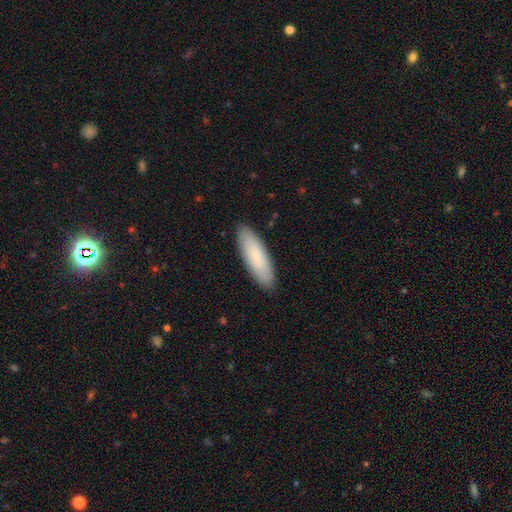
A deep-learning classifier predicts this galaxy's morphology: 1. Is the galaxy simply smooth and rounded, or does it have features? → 84% smooth, 10% featured or disk, 6% star or artifact.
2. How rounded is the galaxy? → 53% cigar-shaped, 46% in between, 1% round.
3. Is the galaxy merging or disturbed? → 90% none, 8% minor disturbance, 2% major disturbance, 1% merger.